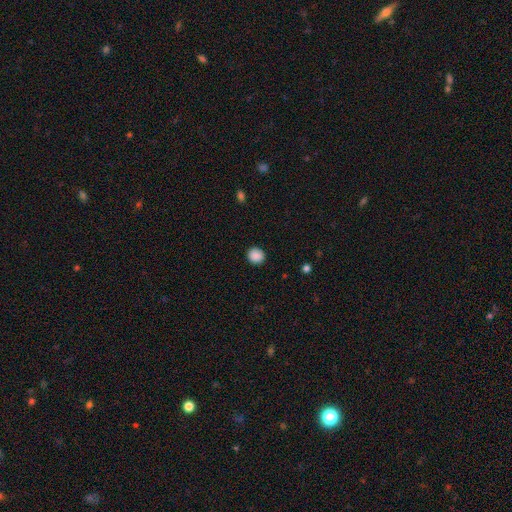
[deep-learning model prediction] This appears to be a smooth galaxy with no disk features (89%) that is round (87%). Merging: none (91%).